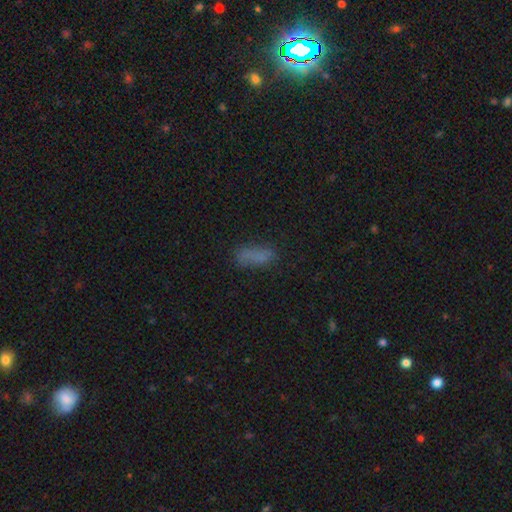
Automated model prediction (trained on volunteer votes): smooth-or-featured: smooth: 73% | star or artifact: 14% | featured or disk: 12%
  how-rounded: in between: 63% | cigar-shaped: 33% | round: 4%
  merging: none: 64% | minor disturbance: 22% | major disturbance: 10% | merger: 4%